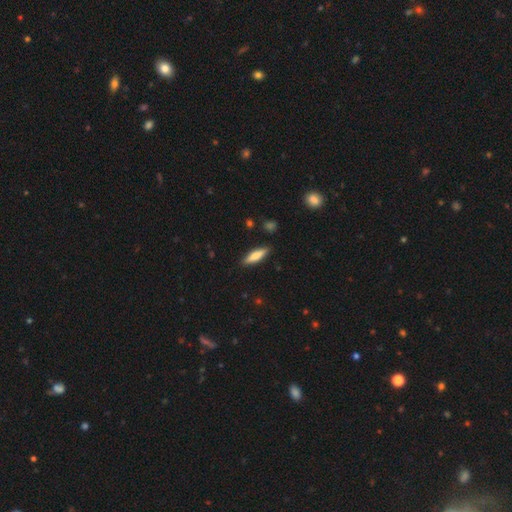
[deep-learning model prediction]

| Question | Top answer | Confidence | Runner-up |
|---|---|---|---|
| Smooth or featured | smooth | 72% | featured or disk (22%) |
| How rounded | cigar-shaped | 69% | in between (29%) |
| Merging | none | 88% | minor disturbance (9%) |